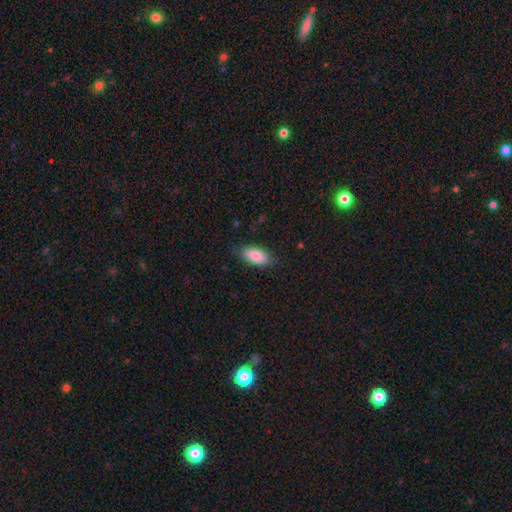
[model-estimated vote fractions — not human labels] smooth_or_featured: smooth (p=0.86) [alt: featured or disk p=0.07]
how_rounded: in between (p=0.90) [alt: cigar-shaped p=0.08]
merging: none (p=0.81) [alt: minor disturbance p=0.15]